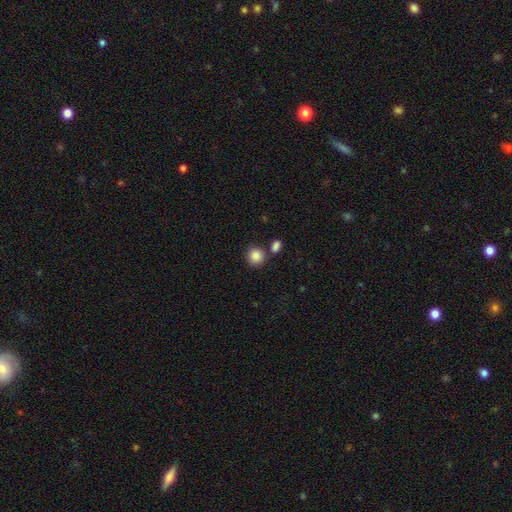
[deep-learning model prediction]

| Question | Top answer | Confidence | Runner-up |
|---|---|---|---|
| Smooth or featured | smooth | 86% | star or artifact (9%) |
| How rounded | round | 89% | in between (10%) |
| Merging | none | 75% | merger (14%) |